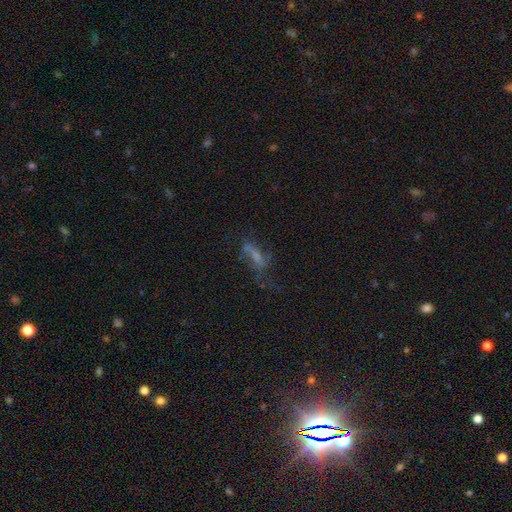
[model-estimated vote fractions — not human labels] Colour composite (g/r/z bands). It shows a featured or disk galaxy (49%). Merging: none (39%).